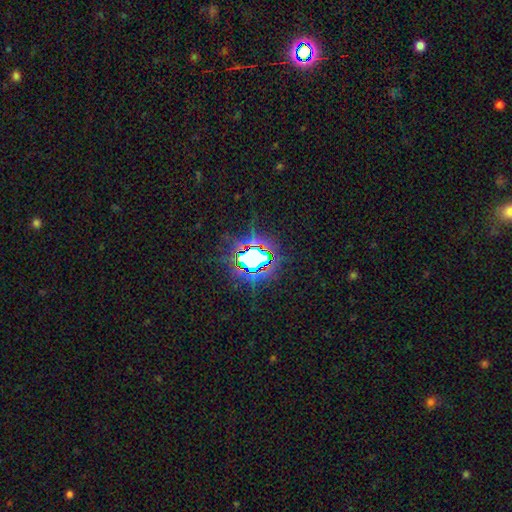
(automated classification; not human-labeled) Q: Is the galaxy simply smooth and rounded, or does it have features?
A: star or artifact — 74%.